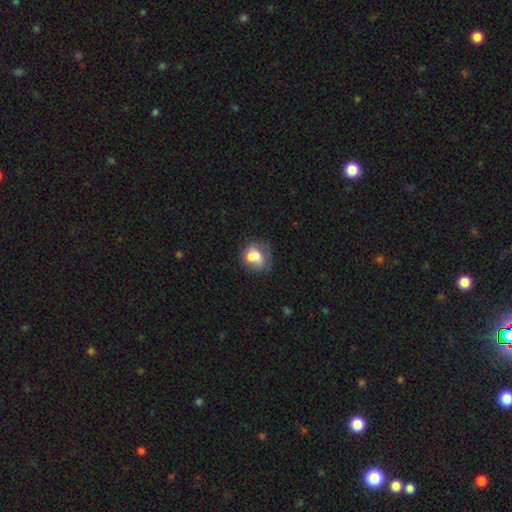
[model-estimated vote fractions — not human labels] This is likely a smooth galaxy (60%). How rounded: possibly round (53%). Merging: marginally merger (42%).